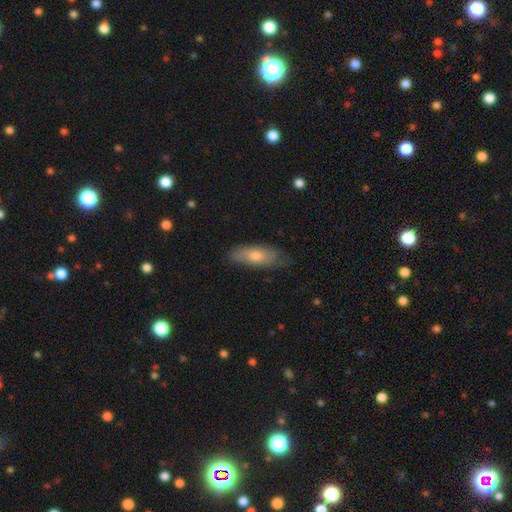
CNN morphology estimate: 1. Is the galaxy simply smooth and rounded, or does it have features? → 64% smooth, 30% featured or disk, 6% star or artifact.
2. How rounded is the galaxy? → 64% in between, 33% cigar-shaped, 3% round.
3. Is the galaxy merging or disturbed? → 73% none, 21% minor disturbance, 4% major disturbance, 1% merger.